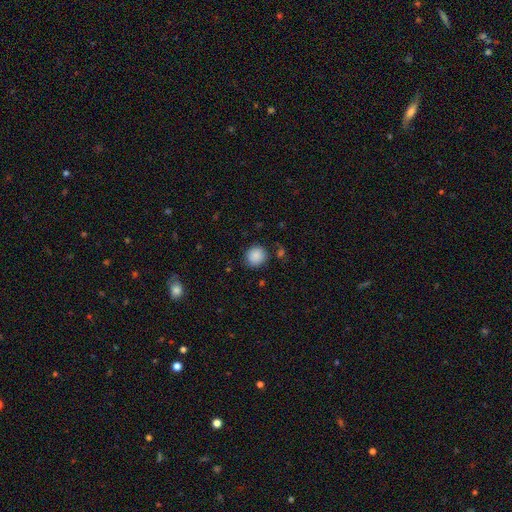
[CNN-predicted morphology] Smooth or featured? Predicted: smooth (p=0.88). How rounded? Predicted: round (p=0.87). Merging? Predicted: none (p=0.85).